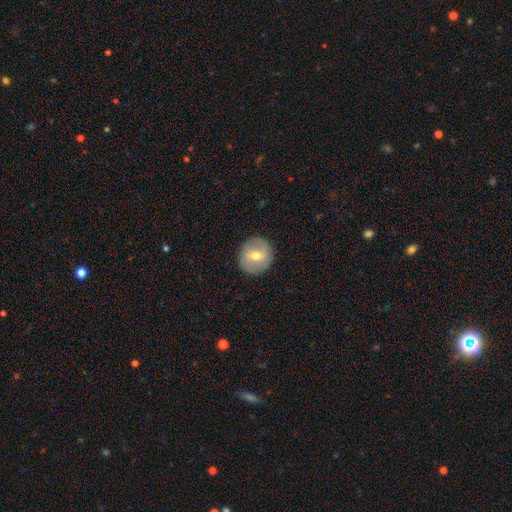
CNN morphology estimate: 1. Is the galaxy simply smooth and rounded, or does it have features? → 53% smooth, 40% featured or disk, 7% star or artifact.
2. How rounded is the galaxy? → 88% round, 11% in between, 1% cigar-shaped.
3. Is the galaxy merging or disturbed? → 89% none, 8% minor disturbance, 2% major disturbance, 1% merger.